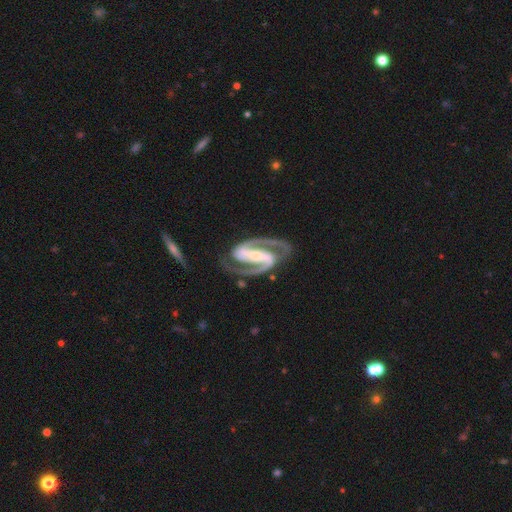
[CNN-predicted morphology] type=featured or disk (95%); edge-on=no (98%); bar=strong (77%); spiral arms=yes (99%); winding=medium (58%); arm count=2 (95%); bulge=small (54%); merging=none (82%).